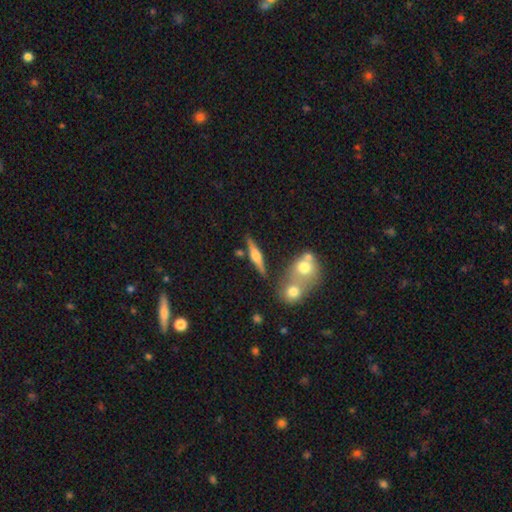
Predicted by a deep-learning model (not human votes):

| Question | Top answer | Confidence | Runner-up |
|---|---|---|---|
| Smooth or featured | featured or disk | 65% | smooth (27%) |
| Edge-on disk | yes | 95% | no (5%) |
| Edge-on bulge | rounded | 88% | boxy (8%) |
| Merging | none | 75% | merger (11%) |